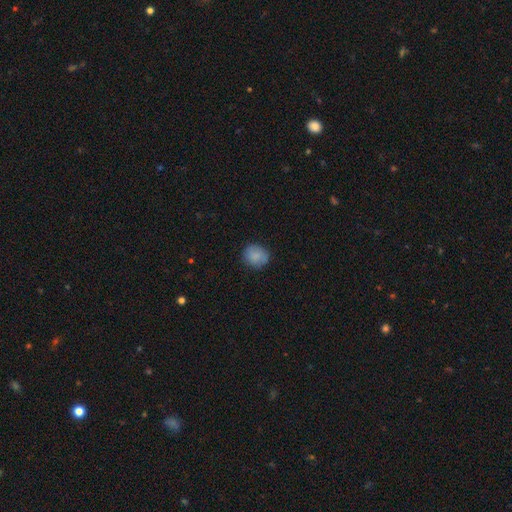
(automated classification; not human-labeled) smooth-or-featured: smooth: 84% | featured or disk: 9% | star or artifact: 8%
  how-rounded: round: 77% | in between: 22% | cigar-shaped: 1%
  merging: none: 78% | minor disturbance: 17% | major disturbance: 4% | merger: 1%